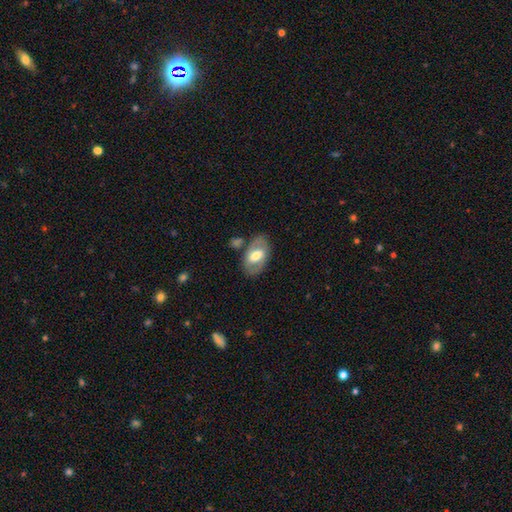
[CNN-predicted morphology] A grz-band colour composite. It shows a smooth galaxy with no disk features (51%) that is in between round and cigar-shaped (91%). Merging: none (70%).